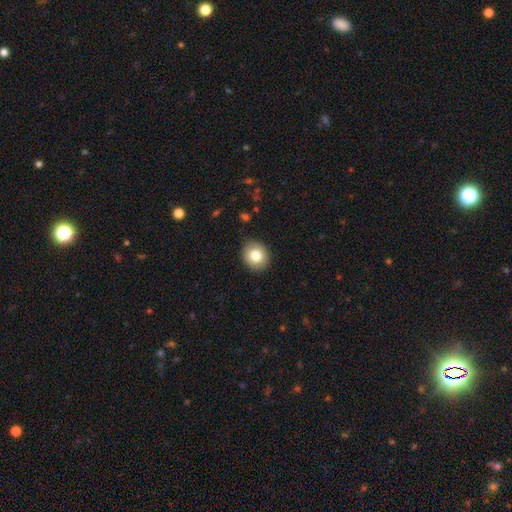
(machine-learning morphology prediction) Smooth or featured?
  - smooth: 80% *
  - featured or disk: 11%
  - star or artifact: 9%
How rounded?
  - round: 72% *
  - in between: 27%
  - cigar-shaped: 1%
Merging?
  - none: 88% *
  - minor disturbance: 9%
  - major disturbance: 2%
  - merger: 1%